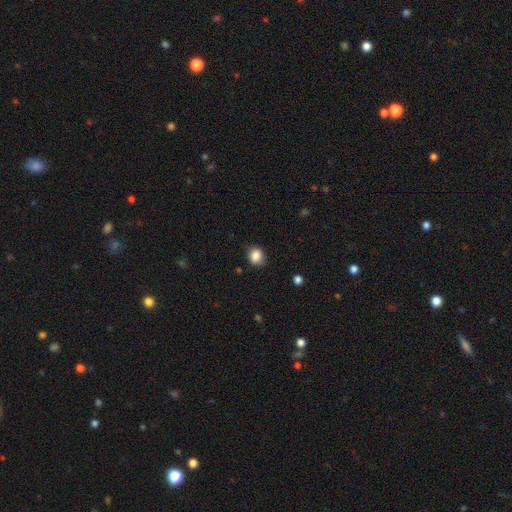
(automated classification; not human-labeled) A smooth galaxy with no disk features (86%) that is round (62%). Merging: none (77%).